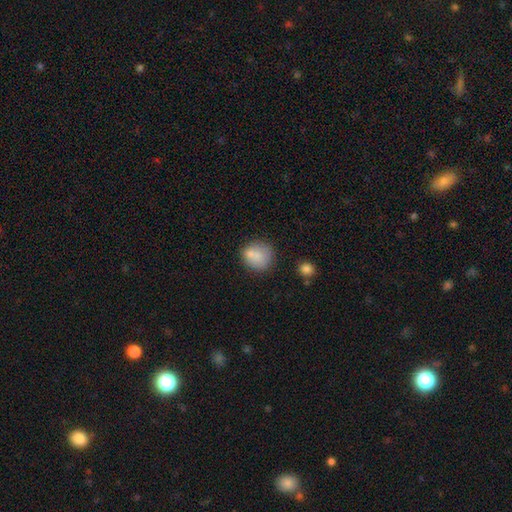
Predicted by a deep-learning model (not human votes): A smooth galaxy with no disk features (77%) that is round (82%). Merging: none (58%).